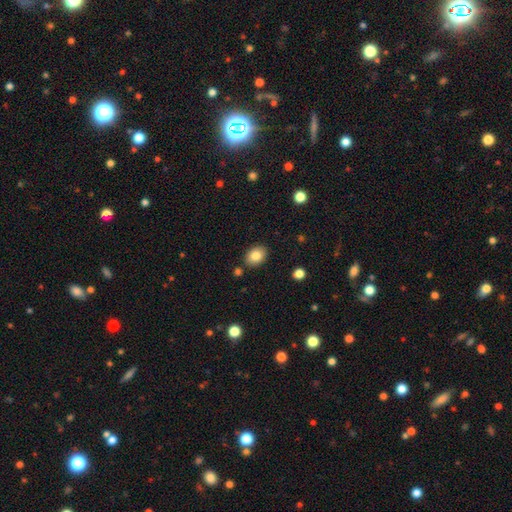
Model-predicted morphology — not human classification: The model was most divided on "how rounded": in between: 71%, round: 28%, cigar-shaped: 1%. More confident: merging — none (86%); smooth or featured — smooth (83%).